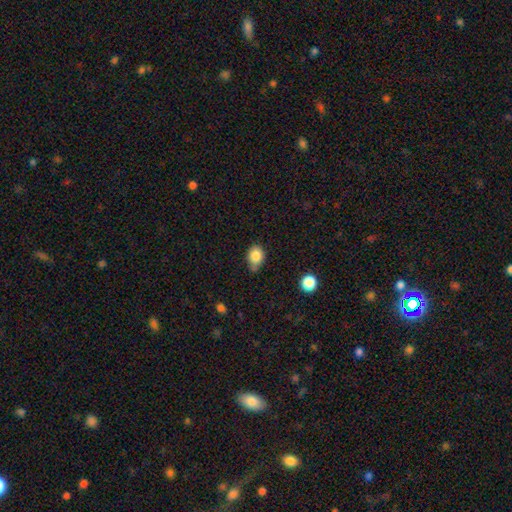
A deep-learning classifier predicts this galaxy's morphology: type=smooth (84%); roundness=in between (58%); merging=none (53%).